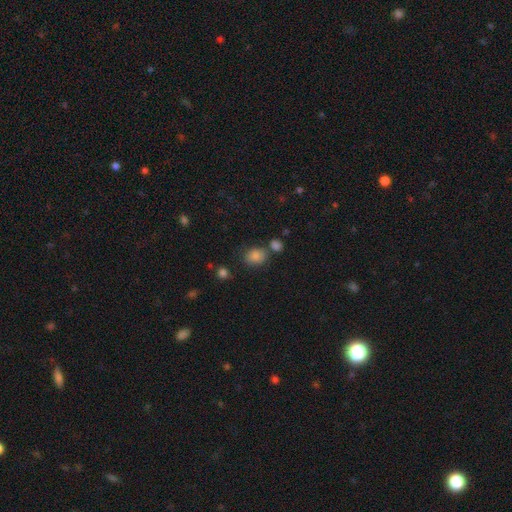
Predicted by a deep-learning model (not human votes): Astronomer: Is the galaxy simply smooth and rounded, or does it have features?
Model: smooth — 79%.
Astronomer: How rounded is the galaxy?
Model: round — 51% (runner-up: in between, 48%).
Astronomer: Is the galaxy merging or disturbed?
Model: none — 69%.